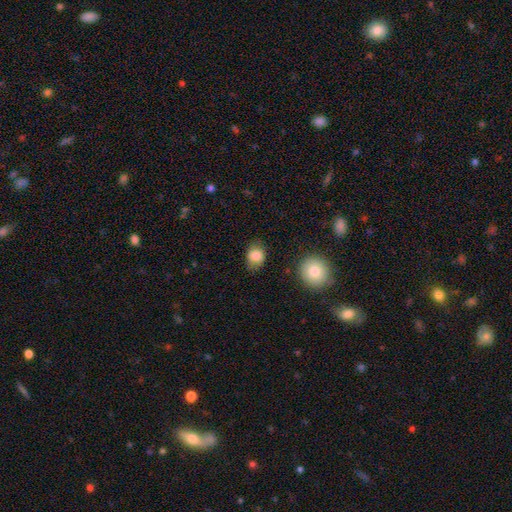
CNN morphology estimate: This is clearly a smooth galaxy (84%). How rounded: possibly in between (52%). Merging: likely none (77%).